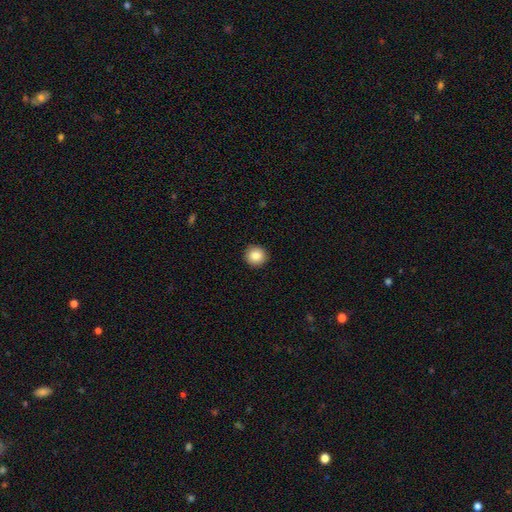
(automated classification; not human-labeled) smooth_or_featured: smooth (p=0.86) [alt: star or artifact p=0.08]
how_rounded: round (p=0.93) [alt: in between p=0.06]
merging: none (p=0.92) [alt: minor disturbance p=0.05]